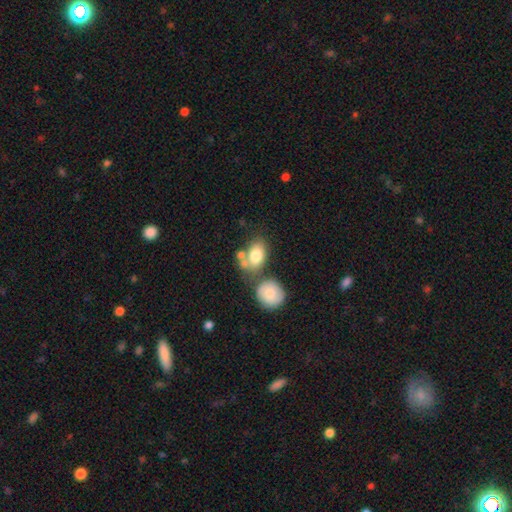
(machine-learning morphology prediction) type=smooth (76%); roundness=in between (78%); merging=none (44%).